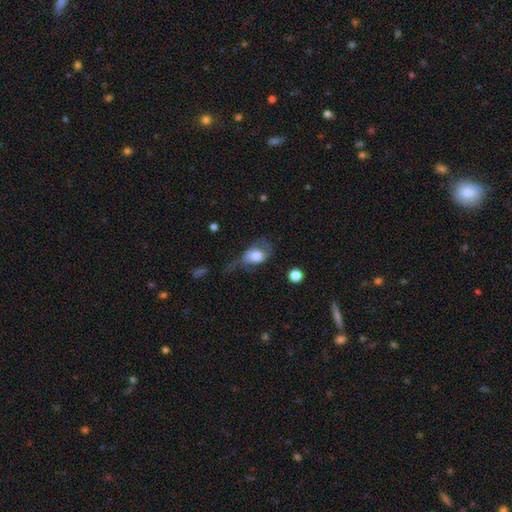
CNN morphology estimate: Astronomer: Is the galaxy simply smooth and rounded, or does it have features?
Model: smooth — 62%.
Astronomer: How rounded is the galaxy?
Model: in between — 76%.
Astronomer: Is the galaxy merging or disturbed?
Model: major disturbance — 50%.